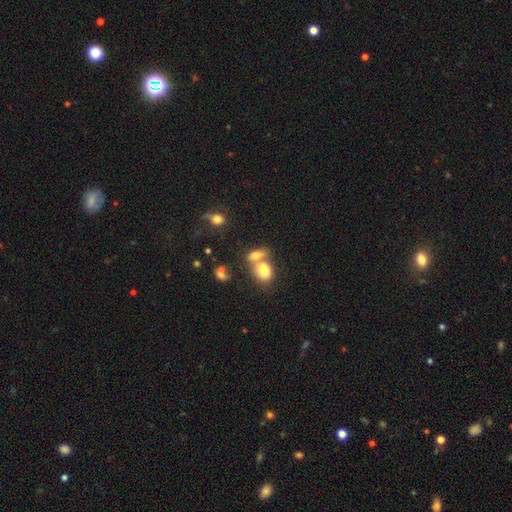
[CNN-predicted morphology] This appears to be a smooth galaxy with no disk features (73%) that is in between round and cigar-shaped (72%). Merging: merger (59%).